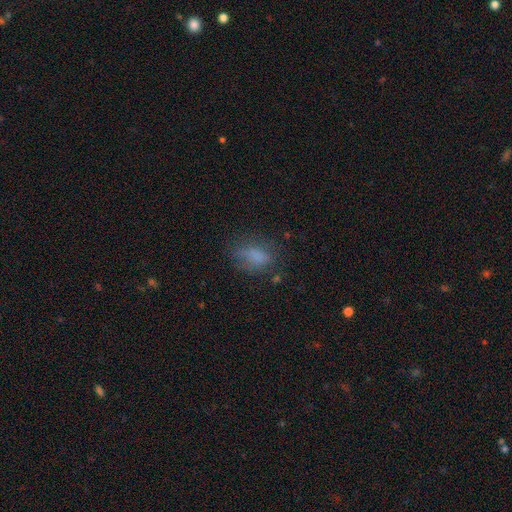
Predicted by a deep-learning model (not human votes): The model was most divided on "merging": none: 57%, minor disturbance: 24%, major disturbance: 15%, merger: 3%. More confident: how rounded — in between (82%); smooth or featured — smooth (75%).